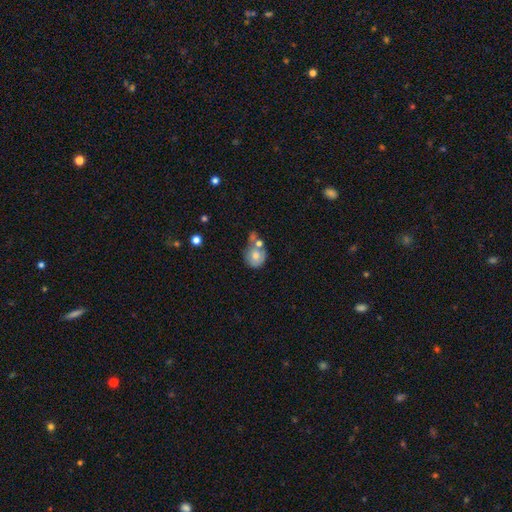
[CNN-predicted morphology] smooth-or-featured: smooth: 60% | featured or disk: 32% | star or artifact: 8%
  how-rounded: round: 72% | in between: 27% | cigar-shaped: 1%
  merging: merger: 44% | none: 29% | minor disturbance: 17% | major disturbance: 10%